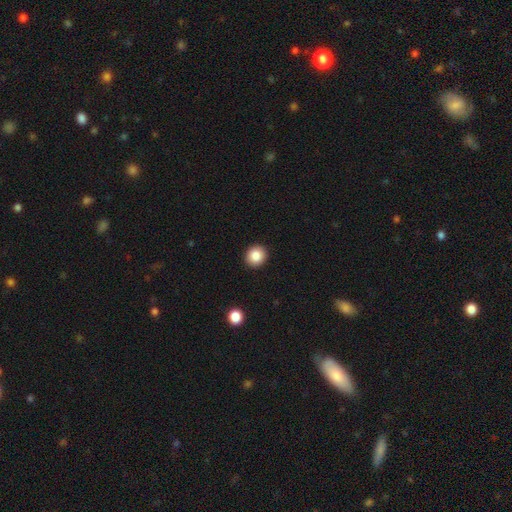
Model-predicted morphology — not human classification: Smooth or featured: smooth — 86% (star or artifact — 9%)
How rounded: round — 85% (in between — 15%)
Merging: none — 92% (minor disturbance — 5%)